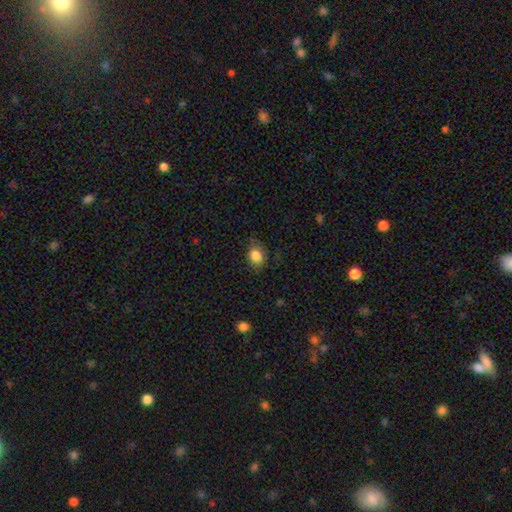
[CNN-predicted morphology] smooth-or-featured: smooth: 85% | star or artifact: 9% | featured or disk: 6%
  how-rounded: in between: 63% | round: 36% | cigar-shaped: 1%
  merging: none: 77% | minor disturbance: 18% | major disturbance: 4% | merger: 1%